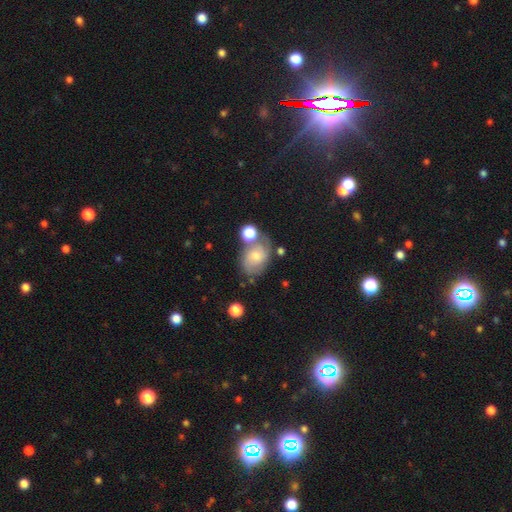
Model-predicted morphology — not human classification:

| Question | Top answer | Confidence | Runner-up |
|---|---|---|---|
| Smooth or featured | smooth | 47% | featured or disk (44%) |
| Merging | none | 49% | minor disturbance (22%) |